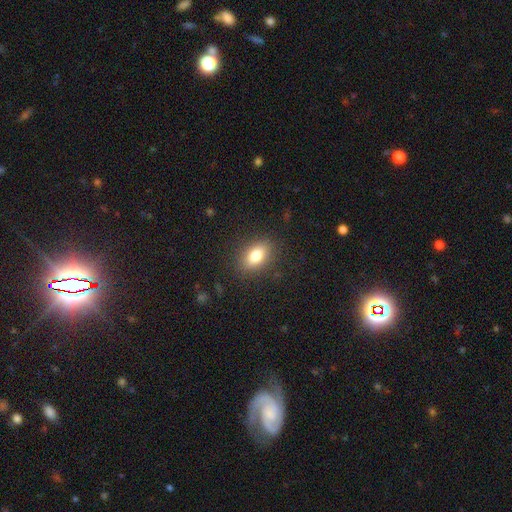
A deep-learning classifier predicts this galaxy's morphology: Smooth or featured: smooth — 82% (featured or disk — 9%)
How rounded: in between — 86% (round — 11%)
Merging: none — 86% (minor disturbance — 10%)